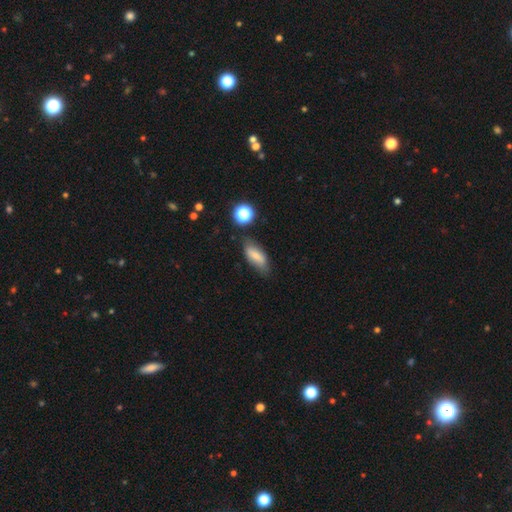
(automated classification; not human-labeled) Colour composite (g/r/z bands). It shows a smooth galaxy with no disk features (67%) that is in between round and cigar-shaped (77%). Merging: none (70%).